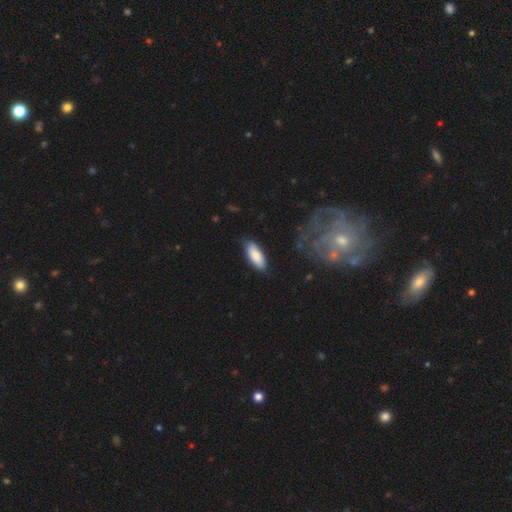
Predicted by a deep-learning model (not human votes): Smooth or featured? smooth (83%)
How rounded? in between (73%)
Merging? none (79%)